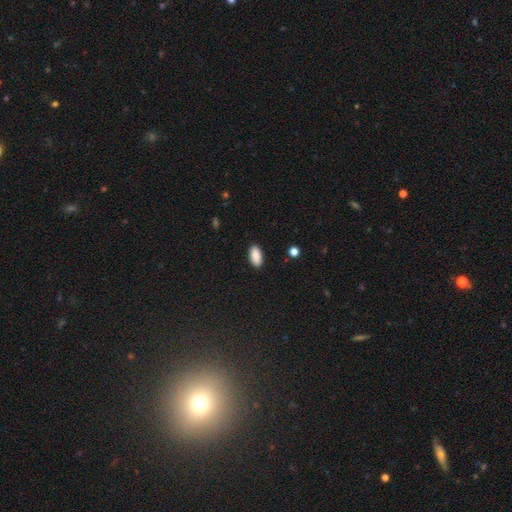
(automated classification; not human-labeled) Overall: smooth (90%). How rounded: in between (91%). Merging: none (89%).